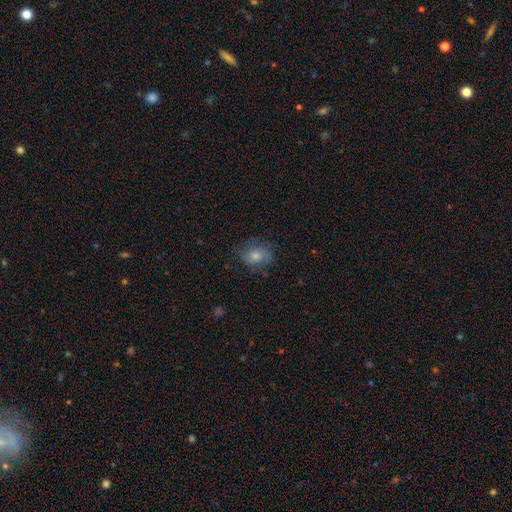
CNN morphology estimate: Smooth or featured: smooth — 53% (featured or disk — 32%)
How rounded: round — 56% (in between — 43%)
Merging: none — 71% (minor disturbance — 20%)